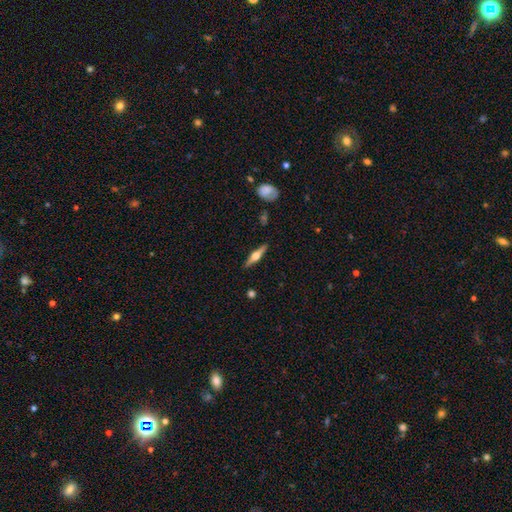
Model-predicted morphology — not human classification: Smooth or featured: featured or disk — 70% (smooth — 24%)
Edge-on disk: yes — 97% (no — 3%)
Edge-on bulge: rounded — 94% (boxy — 4%)
Merging: none — 89% (minor disturbance — 7%)